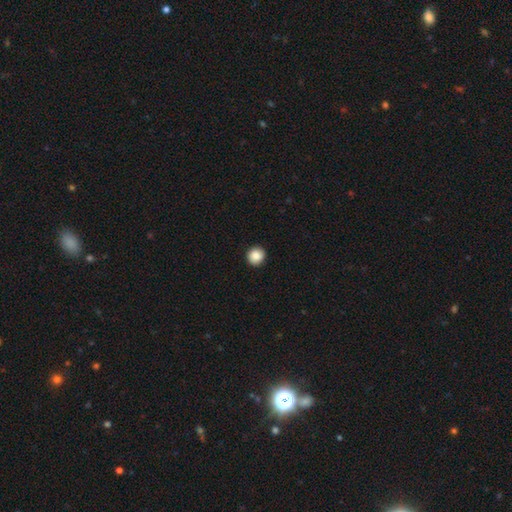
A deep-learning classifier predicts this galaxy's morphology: Smooth or featured? smooth (87%)
How rounded? round (92%)
Merging? none (92%)